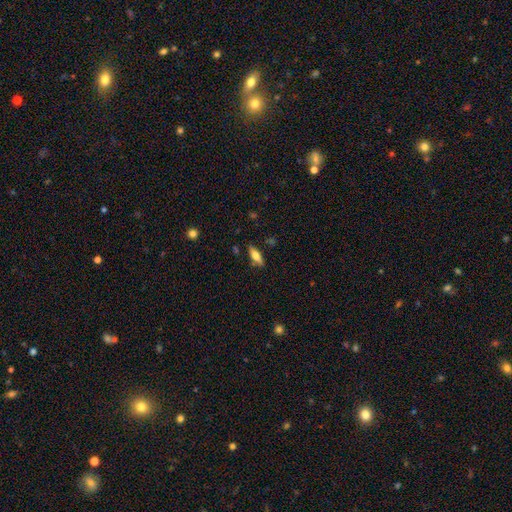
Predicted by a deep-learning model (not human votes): Smooth or featured? Predicted: smooth (p=0.61). How rounded? Predicted: in between (p=0.61). Merging? Predicted: none (p=0.84).